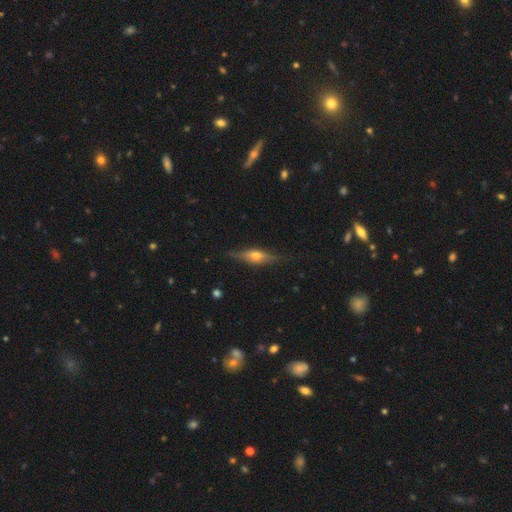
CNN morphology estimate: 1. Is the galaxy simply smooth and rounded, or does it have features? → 65% featured or disk, 28% smooth, 7% star or artifact.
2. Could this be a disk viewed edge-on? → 93% yes, 7% no.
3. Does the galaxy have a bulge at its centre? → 91% rounded, 6% boxy, 3% none.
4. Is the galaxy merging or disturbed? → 83% none, 13% minor disturbance, 3% major disturbance, 1% merger.